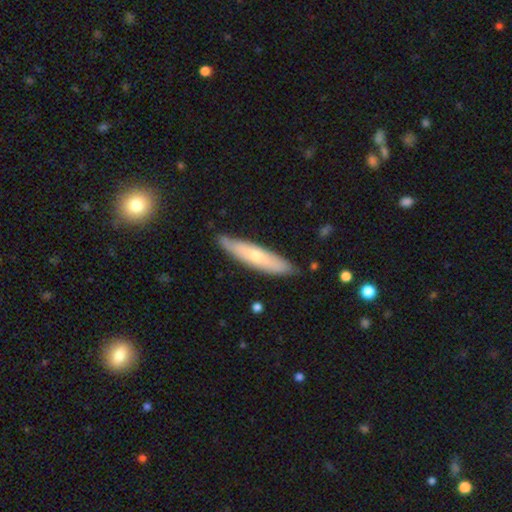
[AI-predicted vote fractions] Overall: smooth (55%; featured or disk 40%). How rounded: cigar-shaped (81%). Merging: none (80%).